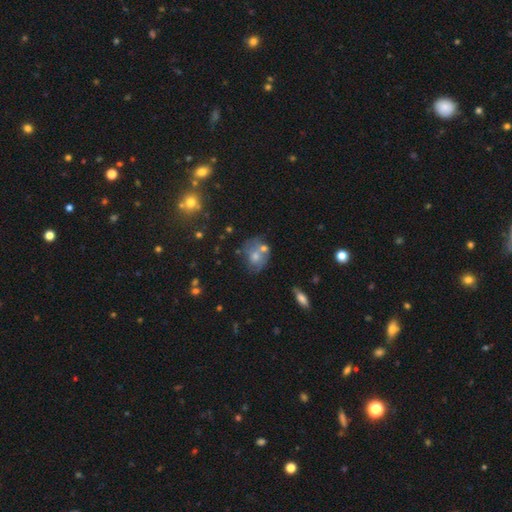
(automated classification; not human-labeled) Q: Smooth or featured?
A: smooth (50%); runner-up: featured or disk (38%)
Q: How rounded?
A: in between (54%); runner-up: round (44%)
Q: Merging?
A: none (40%); runner-up: merger (29%)